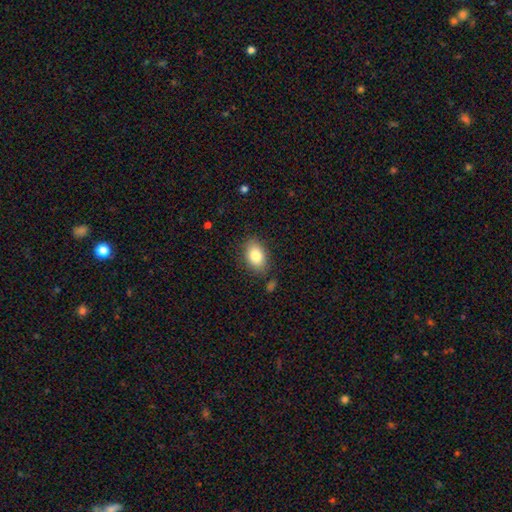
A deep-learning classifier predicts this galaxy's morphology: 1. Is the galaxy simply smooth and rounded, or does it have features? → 82% smooth, 10% featured or disk, 8% star or artifact.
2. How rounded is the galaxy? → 85% in between, 14% round, 1% cigar-shaped.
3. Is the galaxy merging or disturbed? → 83% none, 12% minor disturbance, 3% major disturbance, 2% merger.